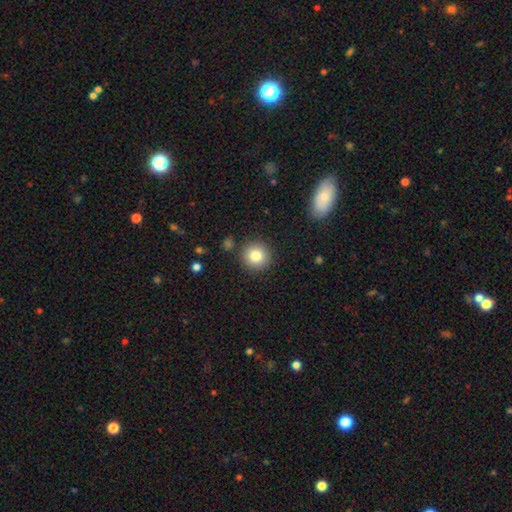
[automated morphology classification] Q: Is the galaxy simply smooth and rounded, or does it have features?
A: smooth — 83%.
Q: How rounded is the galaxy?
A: round — 94%.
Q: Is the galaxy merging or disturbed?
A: none — 88%.